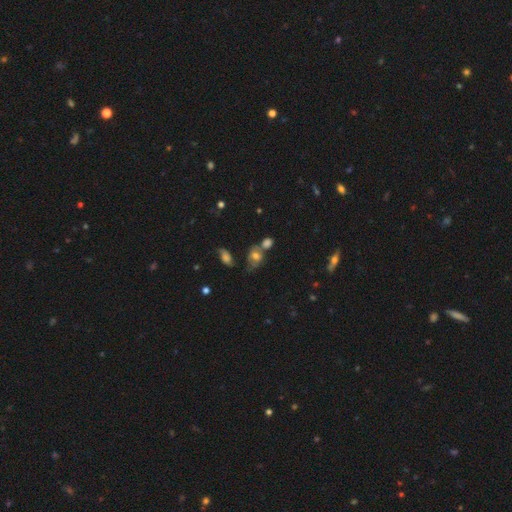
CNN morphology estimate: type=smooth (57%); roundness=in between (61%); merging=none (37%).